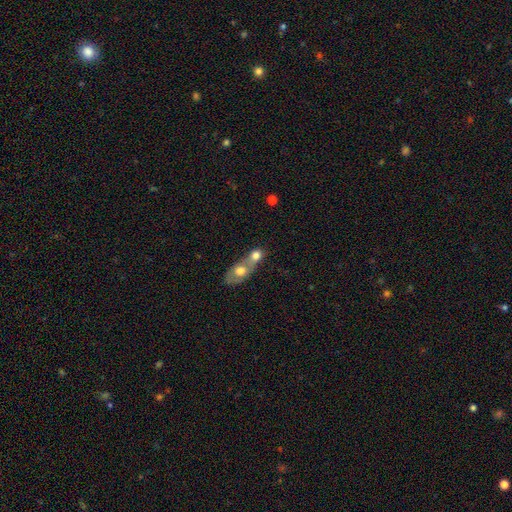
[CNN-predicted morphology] This is likely a smooth galaxy (69%). How rounded: possibly in between (50%). Merging: likely merger (69%).